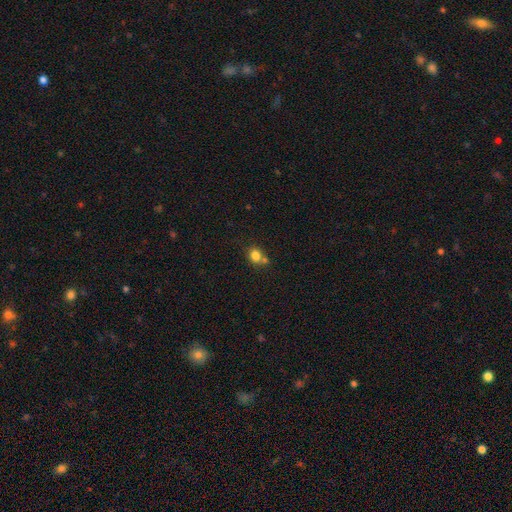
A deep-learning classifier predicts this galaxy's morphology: A smooth galaxy with no disk features (81%) that is round (67%). Merging: none (55%).